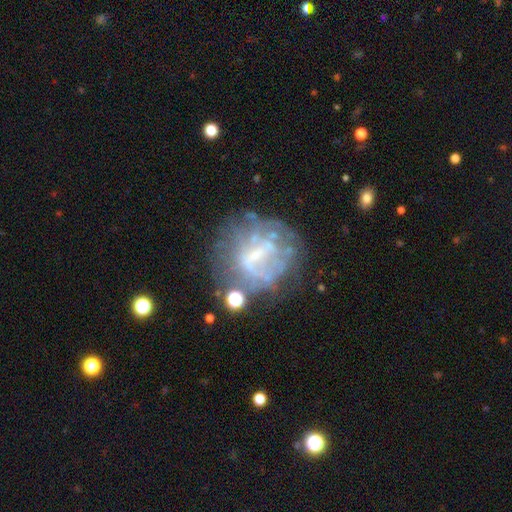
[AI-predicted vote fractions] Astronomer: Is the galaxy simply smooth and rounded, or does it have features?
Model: featured or disk — 64%.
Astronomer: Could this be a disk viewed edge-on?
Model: no — 97%.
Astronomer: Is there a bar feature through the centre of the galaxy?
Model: no — 54% (runner-up: weak, 31%).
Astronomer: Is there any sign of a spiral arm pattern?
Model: no — 76%.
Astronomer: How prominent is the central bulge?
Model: none — 47% (runner-up: small, 31%).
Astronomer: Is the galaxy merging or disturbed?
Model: none — 52%.